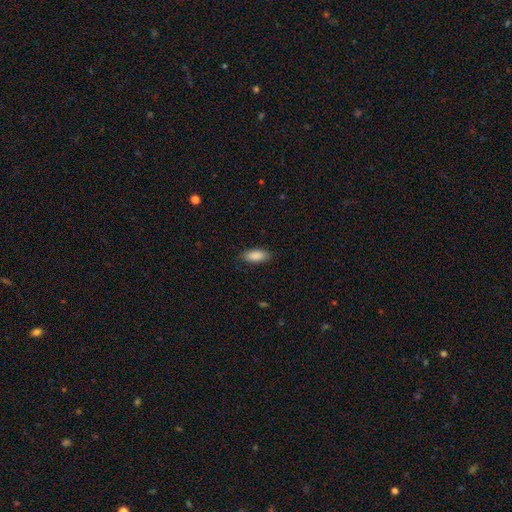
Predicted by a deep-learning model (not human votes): Smooth or featured: smooth — 89% (star or artifact — 6%)
How rounded: in between — 83% (cigar-shaped — 15%)
Merging: none — 87% (minor disturbance — 10%)